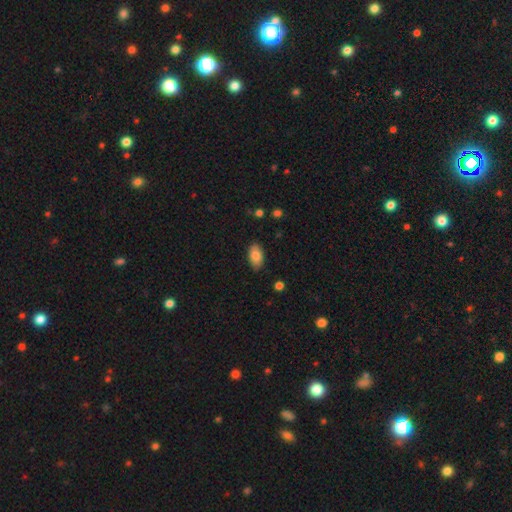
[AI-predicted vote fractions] This is clearly a smooth galaxy (83%). How rounded: clearly in between (93%). Merging: clearly none (87%).